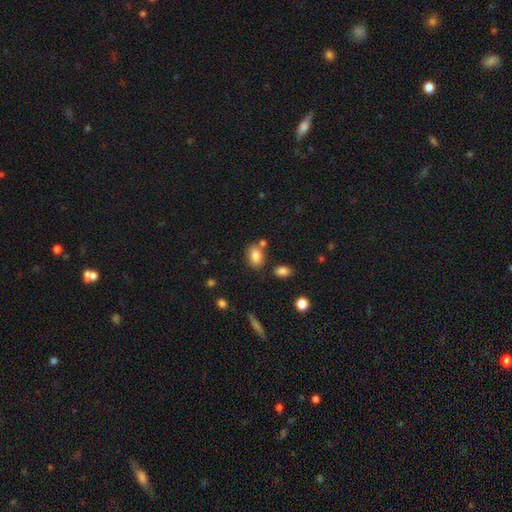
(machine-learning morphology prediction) smooth-or-featured: smooth: 83% | star or artifact: 9% | featured or disk: 8%
  how-rounded: in between: 83% | round: 15% | cigar-shaped: 2%
  merging: none: 69% | minor disturbance: 15% | merger: 12% | major disturbance: 4%